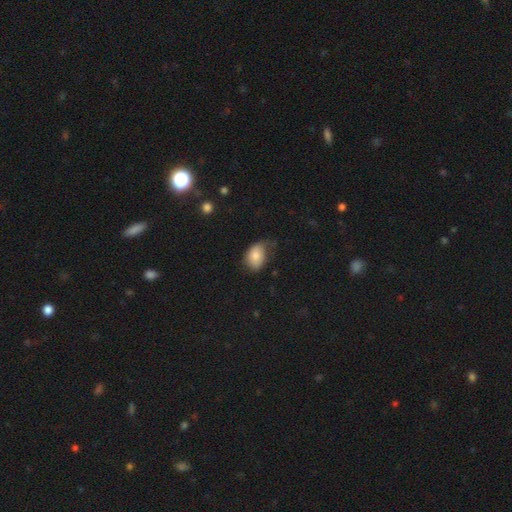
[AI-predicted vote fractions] Q: Smooth or featured?
A: smooth (78%); runner-up: featured or disk (14%)
Q: How rounded?
A: in between (80%); runner-up: round (19%)
Q: Merging?
A: none (48%); runner-up: minor disturbance (37%)